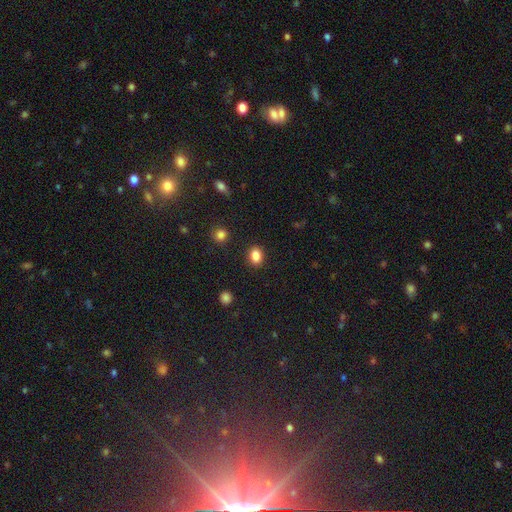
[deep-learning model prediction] Smooth or featured? smooth (85%)
How rounded? in between (63%)
Merging? none (89%)